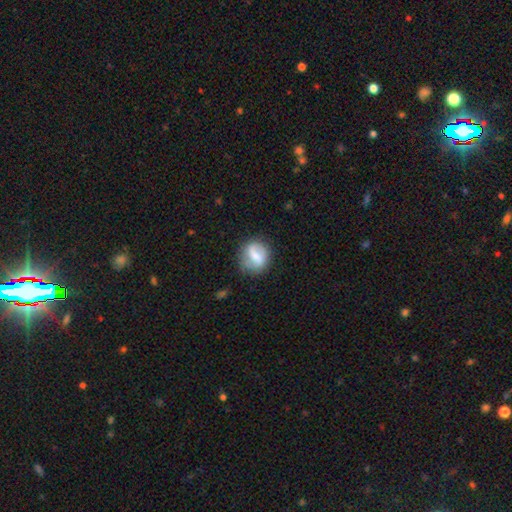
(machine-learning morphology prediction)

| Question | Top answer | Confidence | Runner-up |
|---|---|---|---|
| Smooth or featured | featured or disk | 46% | tied: smooth (46%) |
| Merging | none | 74% | minor disturbance (17%) |